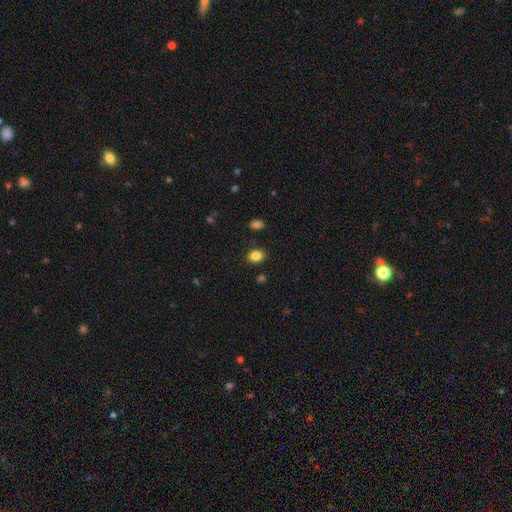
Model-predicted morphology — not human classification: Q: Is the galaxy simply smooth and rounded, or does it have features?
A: smooth — 85%.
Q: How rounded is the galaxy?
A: in between — 61%.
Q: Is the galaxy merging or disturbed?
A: none — 87%.